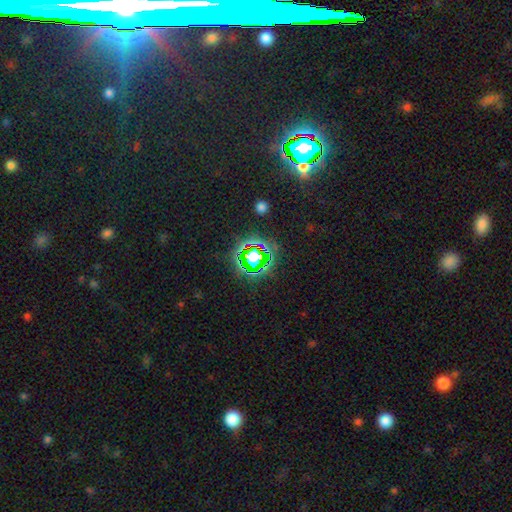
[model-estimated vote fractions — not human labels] star or artifact 67%, smooth 20%, featured or disk 13%.